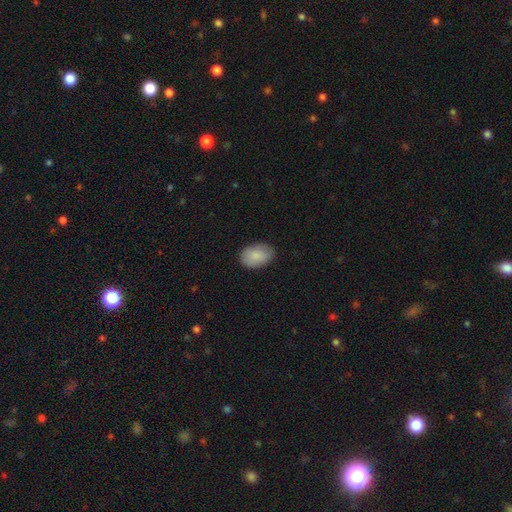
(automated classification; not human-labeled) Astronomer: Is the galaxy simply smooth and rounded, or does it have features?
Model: smooth — 87%.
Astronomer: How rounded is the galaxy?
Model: in between — 85%.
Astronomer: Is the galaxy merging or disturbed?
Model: none — 83%.